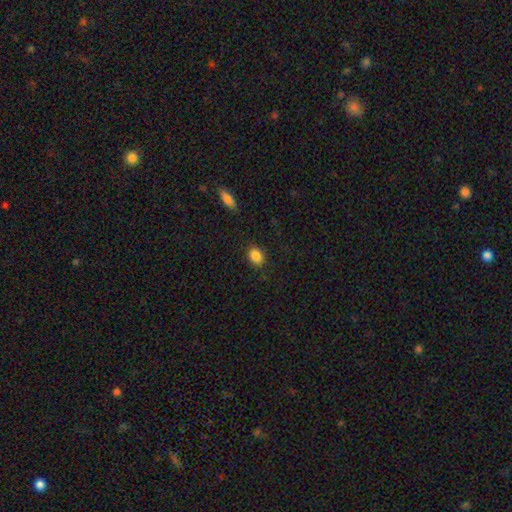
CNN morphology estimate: smooth 87%, star or artifact 9%, featured or disk 4%. Down the decision tree: how rounded — in between (62%); merging — none (87%).